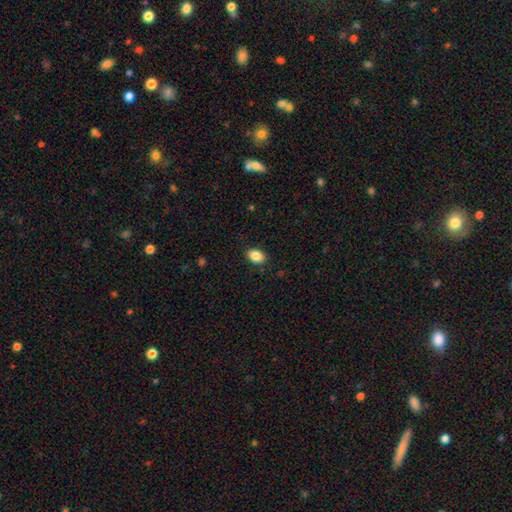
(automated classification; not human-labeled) A smooth galaxy with no disk features (86%) that is in between round and cigar-shaped (79%). Merging: none (88%).